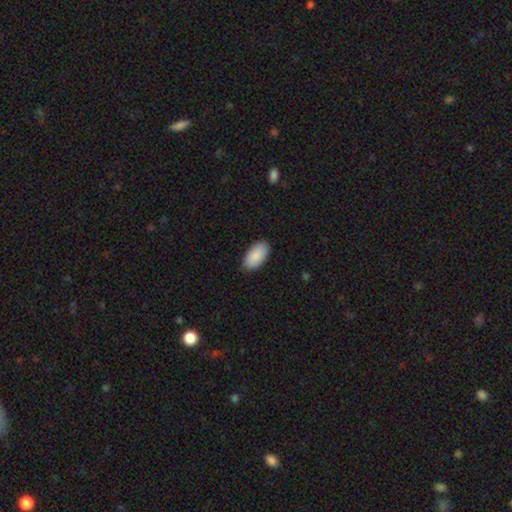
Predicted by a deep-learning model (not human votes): Q: Smooth or featured?
A: smooth (90%); runner-up: star or artifact (6%)
Q: How rounded?
A: in between (96%); runner-up: round (2%)
Q: Merging?
A: none (87%); runner-up: minor disturbance (10%)